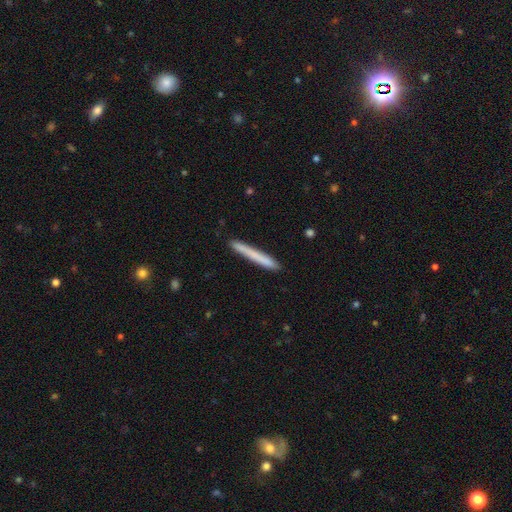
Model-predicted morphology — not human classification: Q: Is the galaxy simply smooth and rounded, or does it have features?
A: smooth — 72%.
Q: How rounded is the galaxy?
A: cigar-shaped — 97%.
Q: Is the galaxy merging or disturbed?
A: none — 89%.